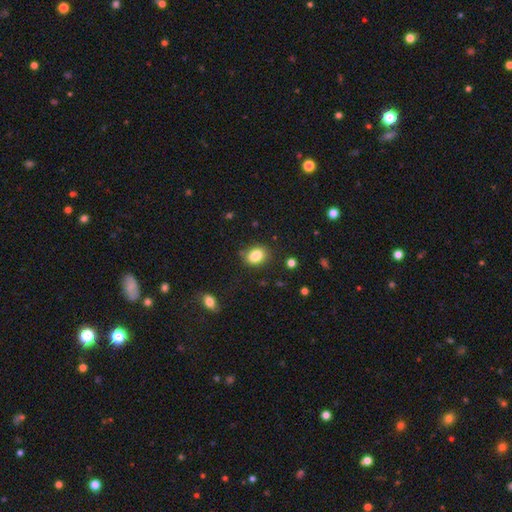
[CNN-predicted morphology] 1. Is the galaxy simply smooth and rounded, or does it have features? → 84% smooth, 9% star or artifact, 6% featured or disk.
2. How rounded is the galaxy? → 71% in between, 28% round, 1% cigar-shaped.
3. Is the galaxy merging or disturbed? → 79% none, 15% minor disturbance, 4% major disturbance, 3% merger.